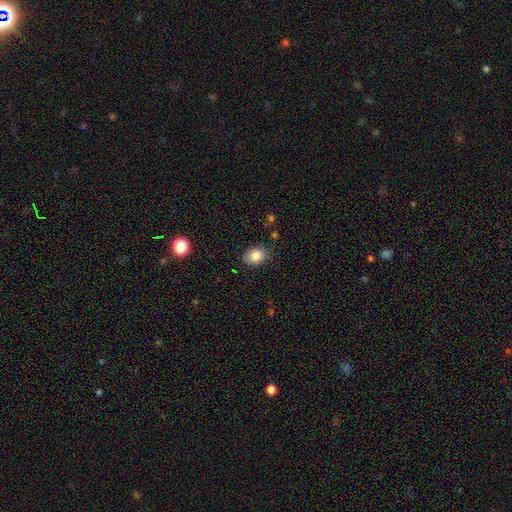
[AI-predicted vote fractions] Smooth or featured?
  - smooth: 84% *
  - star or artifact: 9%
  - featured or disk: 7%
How rounded?
  - in between: 69% *
  - round: 30%
  - cigar-shaped: 1%
Merging?
  - none: 81% *
  - minor disturbance: 14%
  - major disturbance: 3%
  - merger: 1%